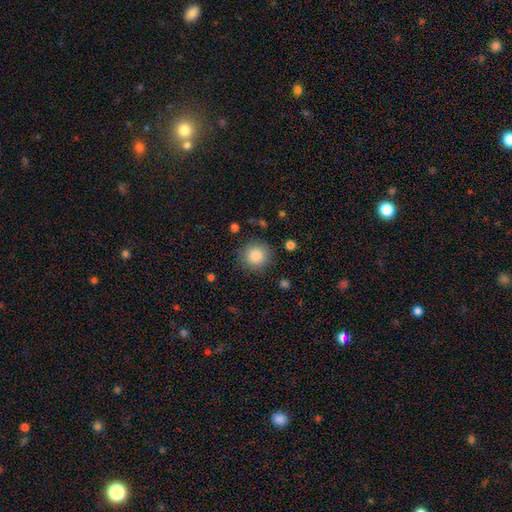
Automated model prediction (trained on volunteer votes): A smooth galaxy with no disk features (87%) that is round (93%). Merging: none (86%).